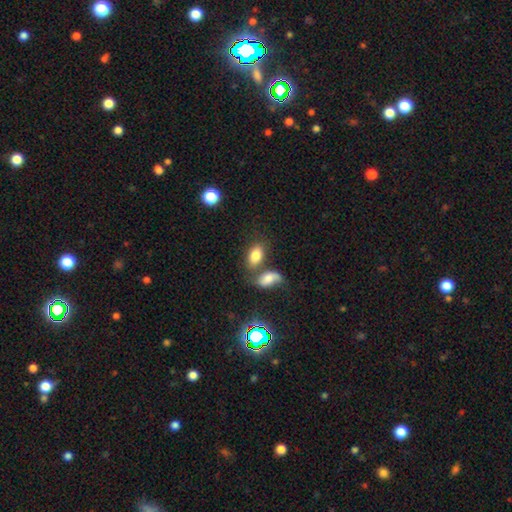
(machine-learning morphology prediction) A smooth galaxy with no disk features (79%) that is in between round and cigar-shaped (88%). Merging: none (52%).